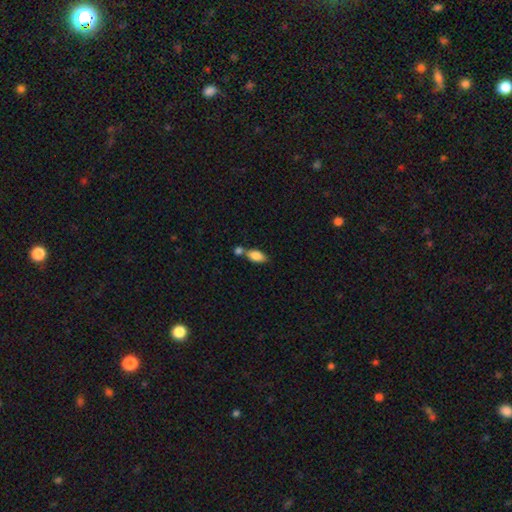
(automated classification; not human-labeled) Q: Smooth or featured?
A: smooth (83%); runner-up: featured or disk (9%)
Q: How rounded?
A: in between (89%); runner-up: cigar-shaped (6%)
Q: Merging?
A: none (43%); runner-up: merger (42%)